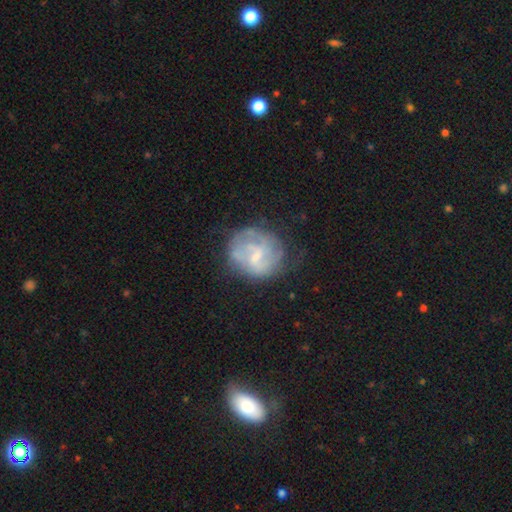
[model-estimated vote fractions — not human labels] Morphology: type=featured or disk (66%); edge-on=no (98%); bar=weak (53%); spiral arms=yes (73%); bulge=small (44%); merging=none (58%).